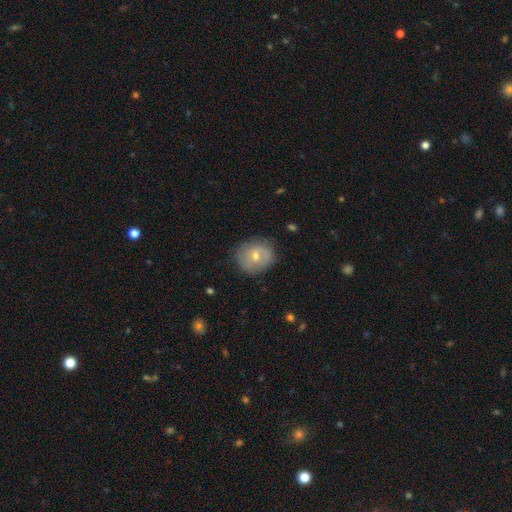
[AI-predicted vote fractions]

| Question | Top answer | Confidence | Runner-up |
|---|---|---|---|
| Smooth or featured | smooth | 52% | featured or disk (39%) |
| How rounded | round | 72% | in between (27%) |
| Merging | none | 79% | minor disturbance (16%) |